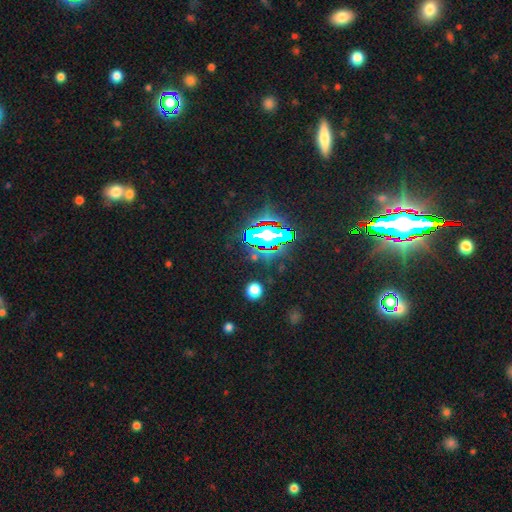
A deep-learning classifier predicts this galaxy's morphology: smooth-or-featured: star or artifact: 69% | smooth: 19% | featured or disk: 12%